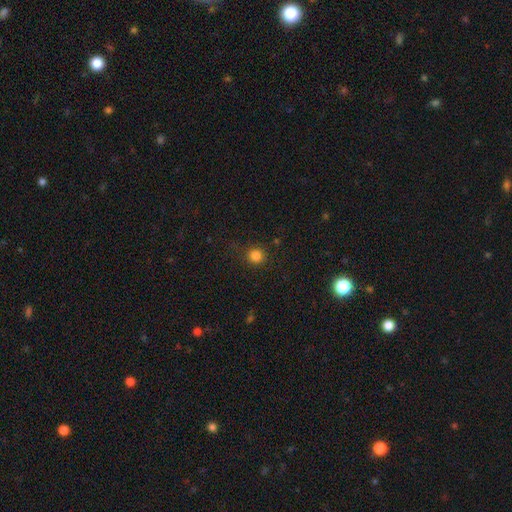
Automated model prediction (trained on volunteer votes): Q: Smooth or featured?
A: smooth (82%); runner-up: star or artifact (13%)
Q: How rounded?
A: round (92%); runner-up: in between (7%)
Q: Merging?
A: none (87%); runner-up: minor disturbance (8%)